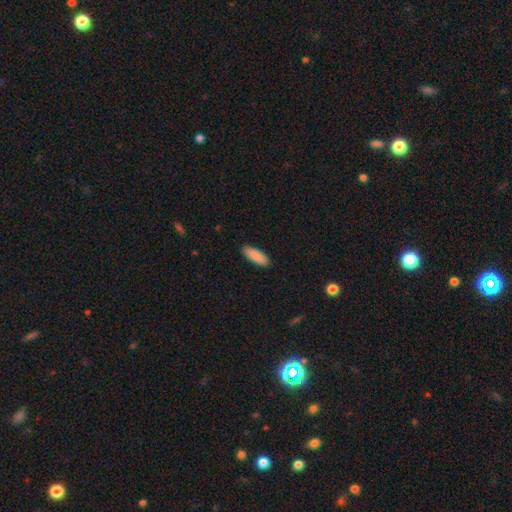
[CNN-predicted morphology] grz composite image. It shows a smooth galaxy with no disk features (90%) that is in between round and cigar-shaped (65%). Merging: none (90%).